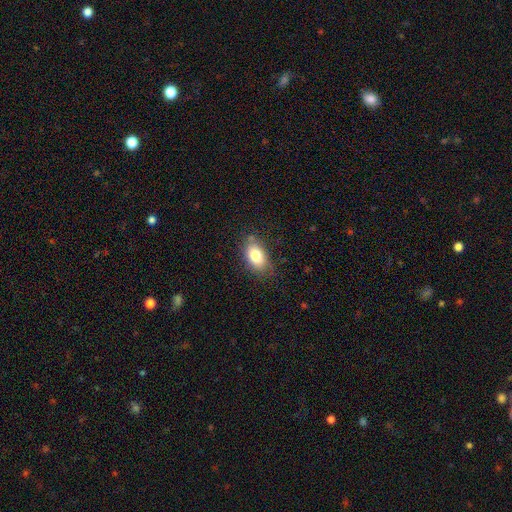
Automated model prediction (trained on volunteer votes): A smooth galaxy with no disk features (80%) that is in between round and cigar-shaped (89%). Merging: none (76%).